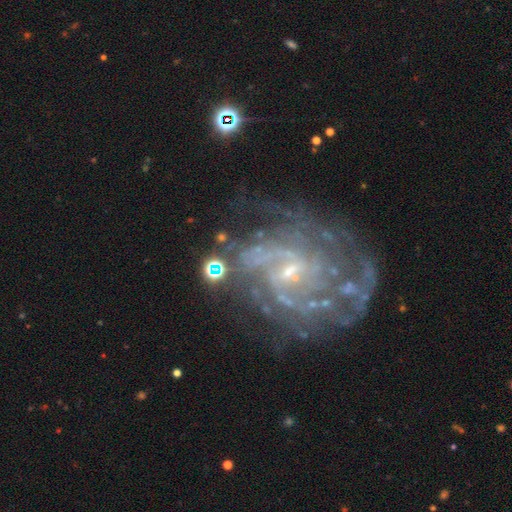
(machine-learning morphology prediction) Smooth or featured: featured or disk — 85% (star or artifact — 10%)
Edge-on disk: no — 98% (yes — 2%)
Bar: weak — 52% (no — 30%)
Spiral arms: yes — 93% (no — 7%)
Spiral winding: tight — 48% (medium — 39%)
Spiral arm count: can't tell — 33% (4 — 17%)
Bulge size: small — 72% (none — 13%)
Merging: none — 58% (major disturbance — 18%)